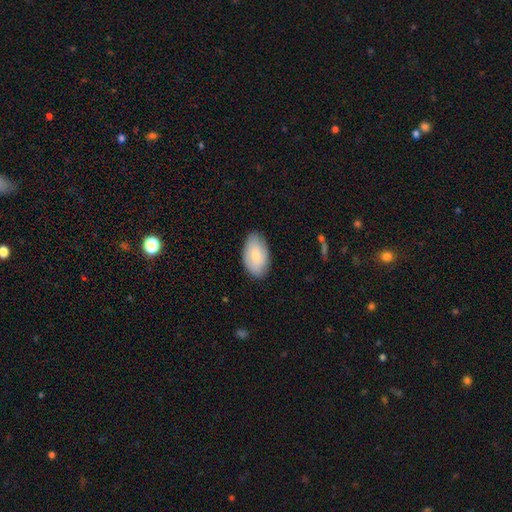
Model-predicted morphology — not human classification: Overall: smooth (76%). How rounded: in between (94%). Merging: none (83%).